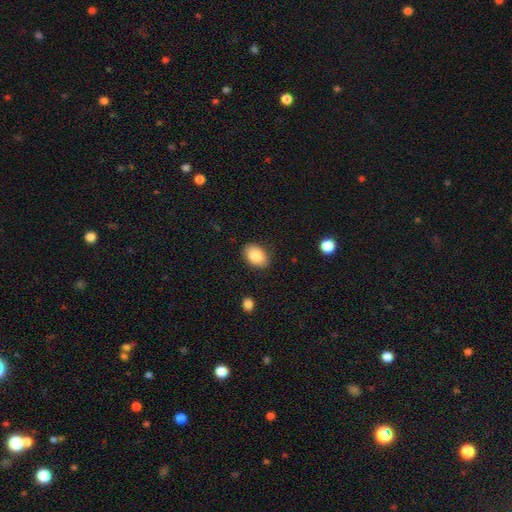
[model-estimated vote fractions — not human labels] A smooth galaxy with no disk features (87%) that is in between round and cigar-shaped (85%). Merging: none (85%).